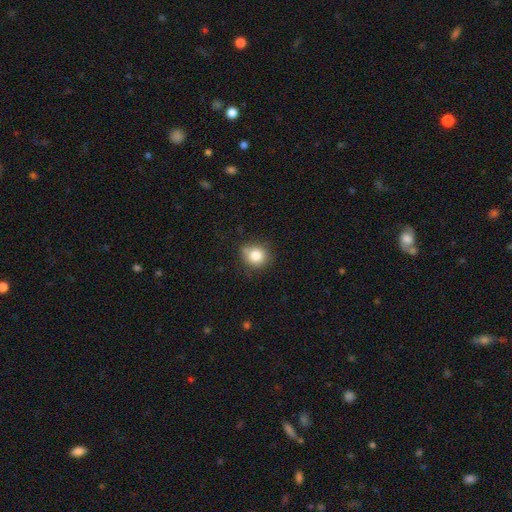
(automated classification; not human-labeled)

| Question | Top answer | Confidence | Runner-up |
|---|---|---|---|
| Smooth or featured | smooth | 84% | star or artifact (10%) |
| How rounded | round | 86% | in between (13%) |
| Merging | none | 74% | minor disturbance (16%) |